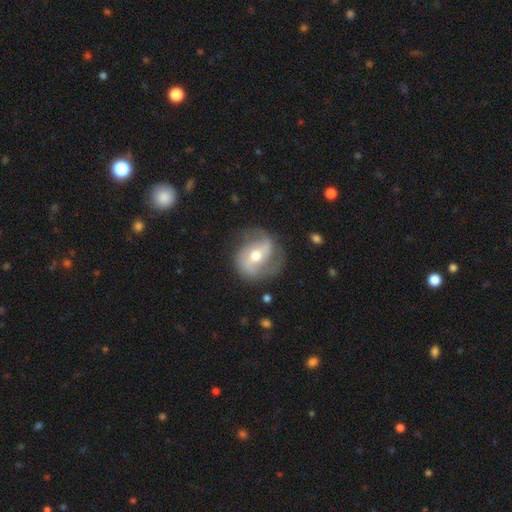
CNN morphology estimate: Overall: featured or disk (77%). Edge-on disk: no (96%). Bar: weak (40%; no 31%). Spiral arms: yes (89%). Spiral arm count: 2 (82%). Spiral winding: medium (45%; loose 35%). Bulge size: moderate (70%). Merging: none (71%).